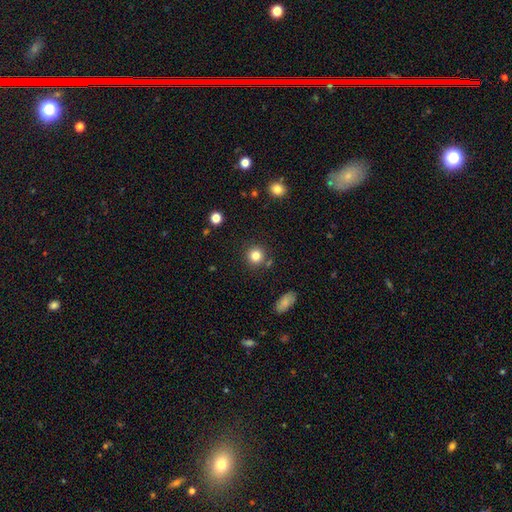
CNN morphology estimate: A smooth galaxy with no disk features (82%) that is round (92%). Merging: none (85%).